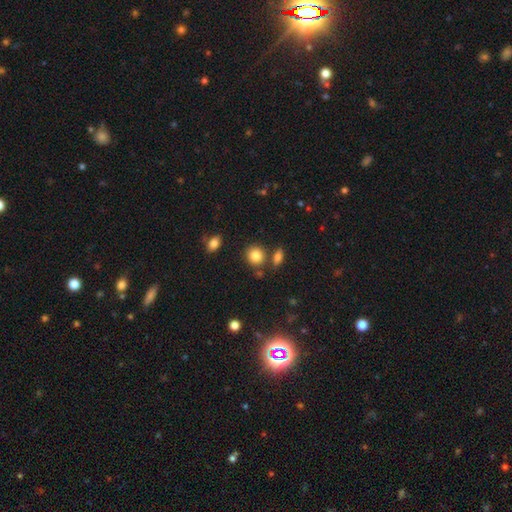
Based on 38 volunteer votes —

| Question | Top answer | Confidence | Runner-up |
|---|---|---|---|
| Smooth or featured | smooth | 87% | featured or disk (8%) |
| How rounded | round | 79% | in between (21%) |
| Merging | none | 78% | merger (11%) |